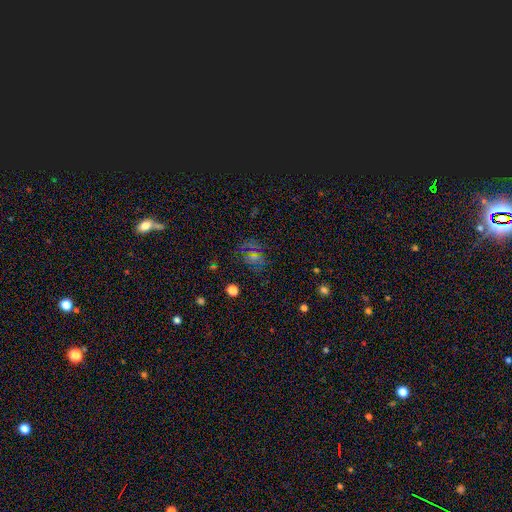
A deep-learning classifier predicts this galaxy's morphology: smooth 38%, star or artifact 36%, featured or disk 27%. Down the decision tree: merging — none (65%).